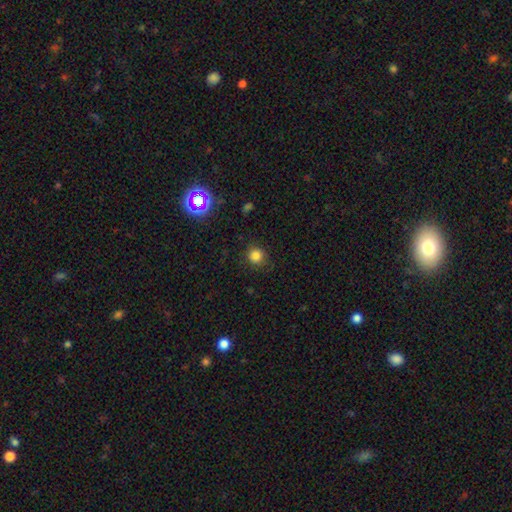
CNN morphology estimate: smooth-or-featured: smooth: 80% | star or artifact: 15% | featured or disk: 5%
  how-rounded: round: 91% | in between: 8% | cigar-shaped: 1%
  merging: none: 83% | minor disturbance: 12% | major disturbance: 4% | merger: 1%